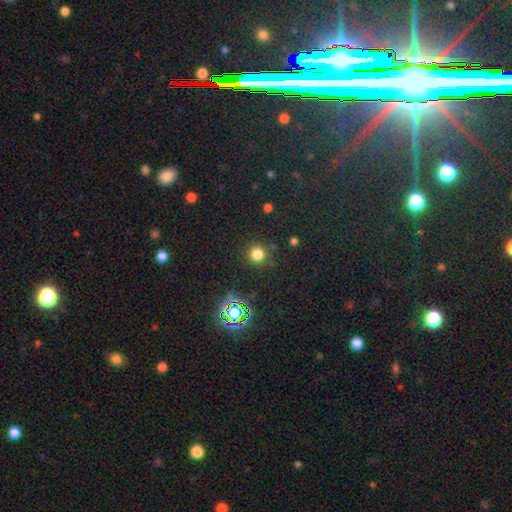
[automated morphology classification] This is possibly a smooth galaxy (53%). How rounded: clearly round (94%). Merging: clearly none (90%).